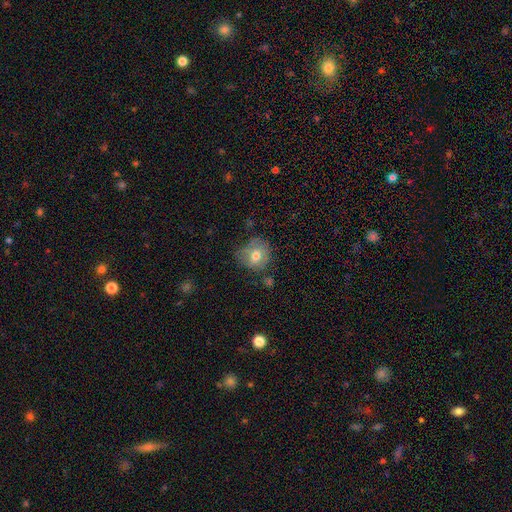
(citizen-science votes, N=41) This appears to be a smooth galaxy with no disk features (76%) that is round (68%). Merging: none (62%).